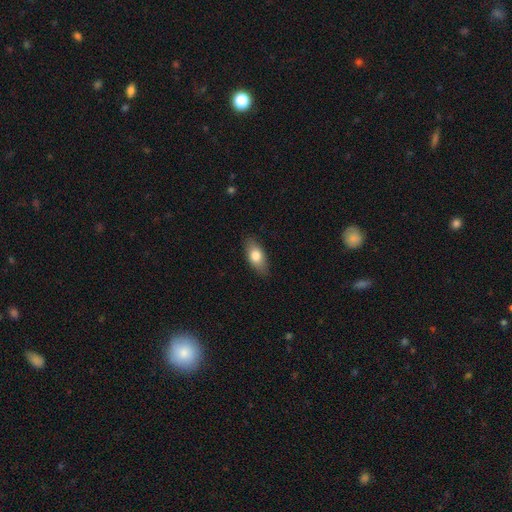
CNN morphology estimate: Smooth or featured: smooth — 76% (featured or disk — 18%)
How rounded: in between — 85% (cigar-shaped — 10%)
Merging: none — 84% (minor disturbance — 12%)